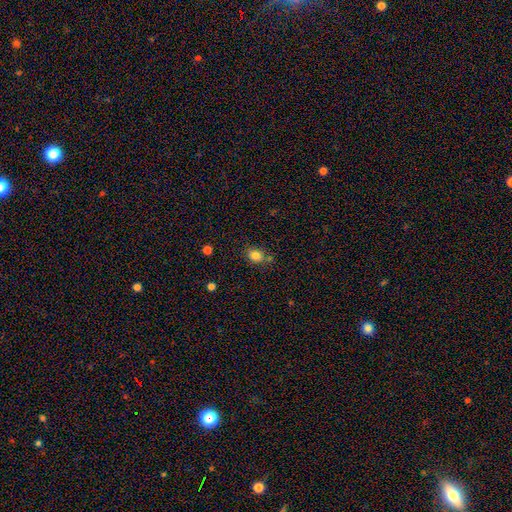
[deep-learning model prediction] smooth-or-featured: smooth: 81% | star or artifact: 11% | featured or disk: 7%
  how-rounded: in between: 53% | round: 46% | cigar-shaped: 1%
  merging: none: 66% | minor disturbance: 18% | merger: 12% | major disturbance: 4%